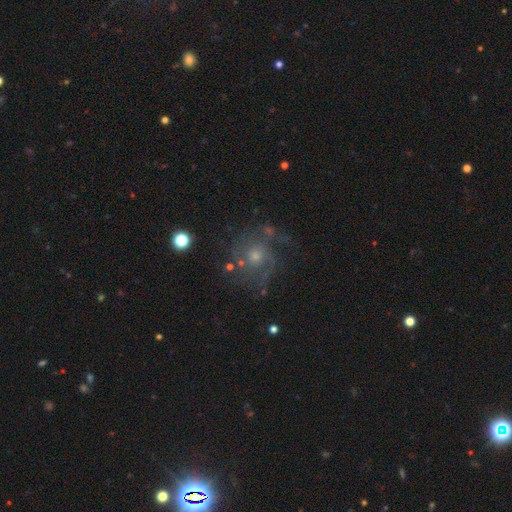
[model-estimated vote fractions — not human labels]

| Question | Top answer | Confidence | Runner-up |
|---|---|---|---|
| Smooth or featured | featured or disk | 67% | smooth (20%) |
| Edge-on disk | no | 97% | yes (3%) |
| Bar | no | 80% | weak (18%) |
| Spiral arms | yes | 85% | no (15%) |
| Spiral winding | medium | 43% | tight (40%) |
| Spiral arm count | can't tell | 34% | 2 (26%) |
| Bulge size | moderate | 52% | small (39%) |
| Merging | none | 62% | minor disturbance (18%) |